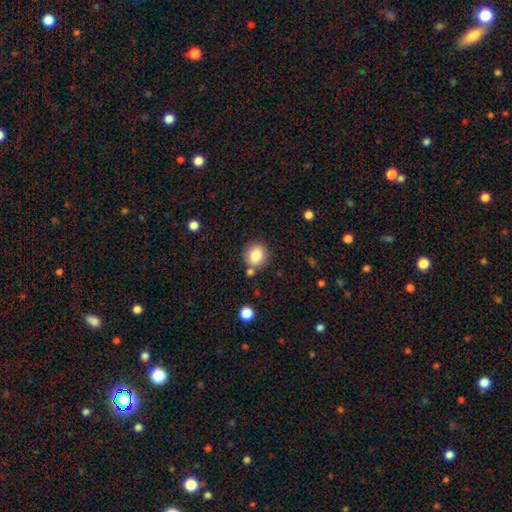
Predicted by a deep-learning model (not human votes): This appears to be a smooth galaxy with no disk features (83%) that is round (78%). Merging: none (77%).